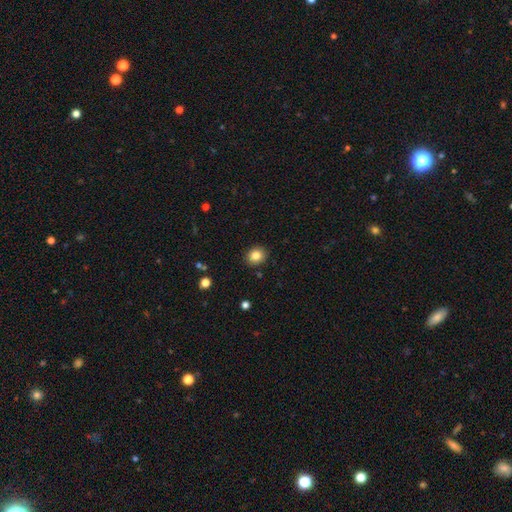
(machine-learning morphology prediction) Overall: smooth (83%). How rounded: round (69%; in between 30%). Merging: none (90%).